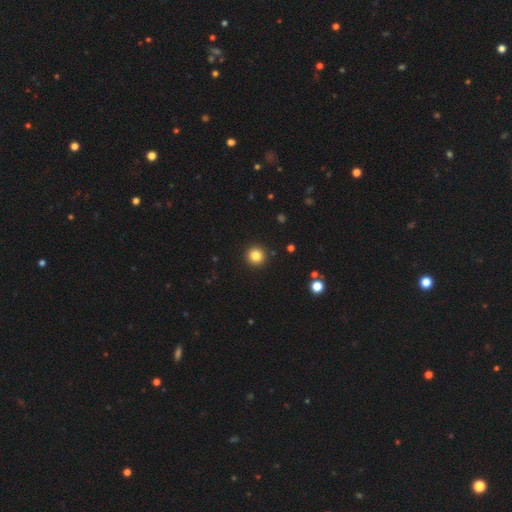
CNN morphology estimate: A smooth galaxy with no disk features (83%) that is round (96%). Merging: none (93%).